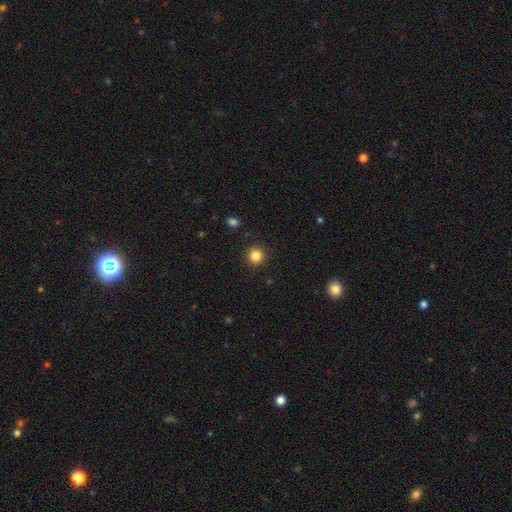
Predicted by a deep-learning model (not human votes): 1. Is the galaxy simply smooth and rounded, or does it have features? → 84% smooth, 11% star or artifact, 4% featured or disk.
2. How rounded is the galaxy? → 94% round, 5% in between, 1% cigar-shaped.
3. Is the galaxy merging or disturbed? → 92% none, 5% minor disturbance, 2% major disturbance, 1% merger.